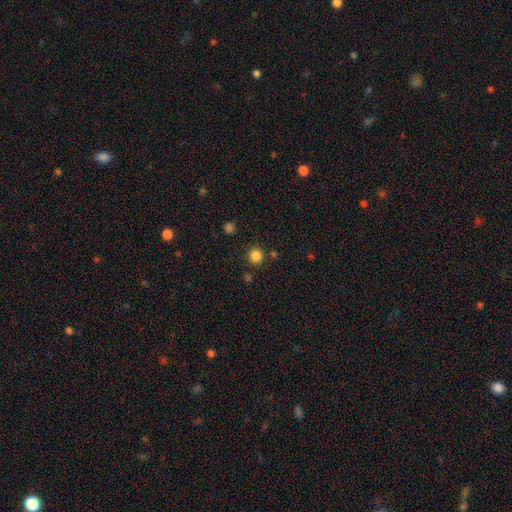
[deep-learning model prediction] smooth 84%, star or artifact 12%, featured or disk 3%. Down the decision tree: how rounded — round (91%); merging — none (86%).